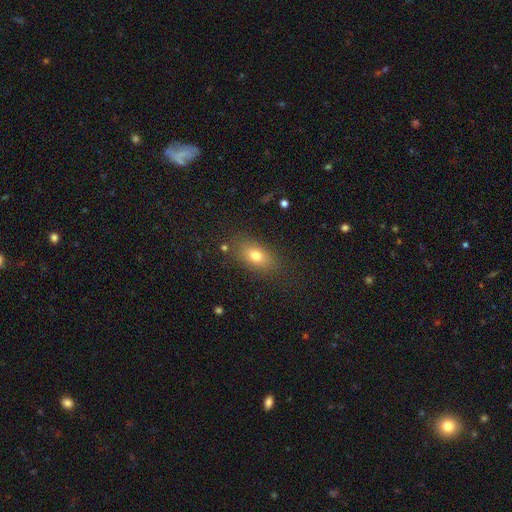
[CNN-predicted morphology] A smooth galaxy with no disk features (75%) that is in between round and cigar-shaped (80%).

Vote fractions:
- Smooth or featured? smooth: 75% / featured or disk: 14% / star or artifact: 12%
- How rounded? in between: 80% / round: 14% / cigar-shaped: 5%
- Merging? none: 83% / minor disturbance: 11% / major disturbance: 4% / merger: 2%